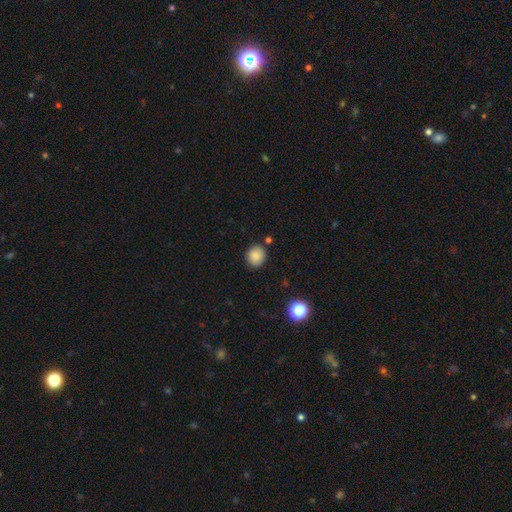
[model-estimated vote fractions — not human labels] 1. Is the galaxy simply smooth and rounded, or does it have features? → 86% smooth, 10% star or artifact, 4% featured or disk.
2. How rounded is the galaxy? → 81% round, 19% in between, 1% cigar-shaped.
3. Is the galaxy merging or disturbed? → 84% none, 10% minor disturbance, 4% merger, 2% major disturbance.